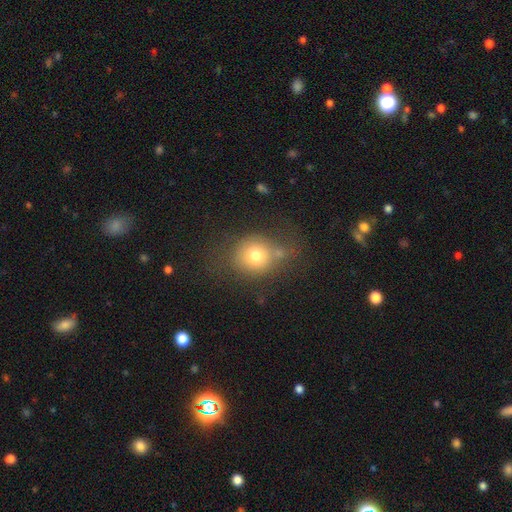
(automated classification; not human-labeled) Morphology: type=smooth (73%); roundness=round (78%); merging=none (56%).